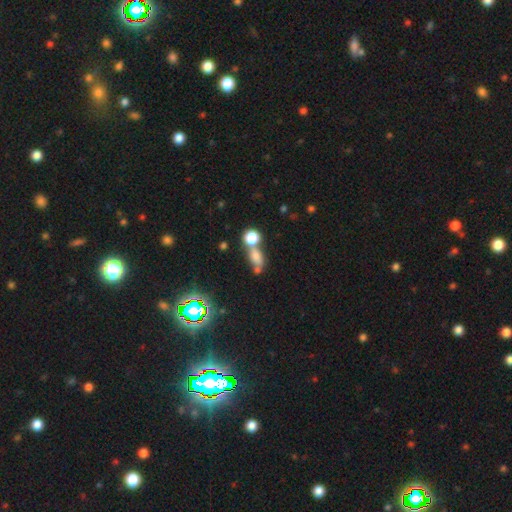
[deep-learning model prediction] Q: Smooth or featured?
A: smooth (67%); runner-up: star or artifact (19%)
Q: How rounded?
A: in between (62%); runner-up: round (30%)
Q: Merging?
A: merger (45%); runner-up: none (36%)